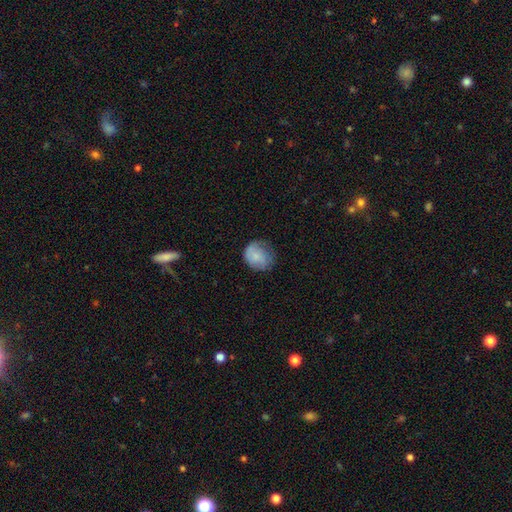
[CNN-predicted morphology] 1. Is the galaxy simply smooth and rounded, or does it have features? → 76% smooth, 17% featured or disk, 7% star or artifact.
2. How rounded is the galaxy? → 73% round, 26% in between, 1% cigar-shaped.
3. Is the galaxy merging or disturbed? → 55% none, 30% minor disturbance, 13% major disturbance, 1% merger.